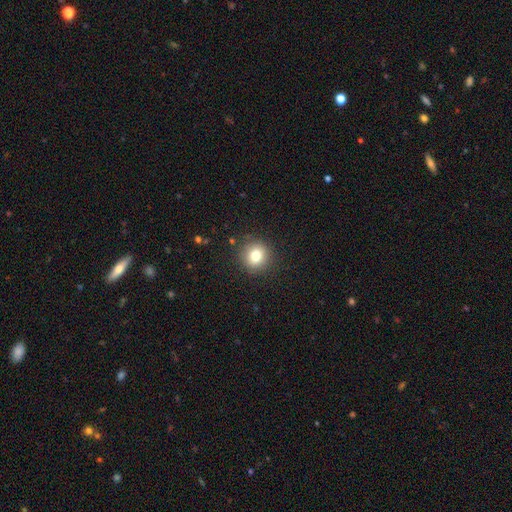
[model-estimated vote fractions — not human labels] Smooth or featured: smooth — 79% (star or artifact — 12%)
How rounded: round — 91% (in between — 8%)
Merging: none — 89% (minor disturbance — 7%)